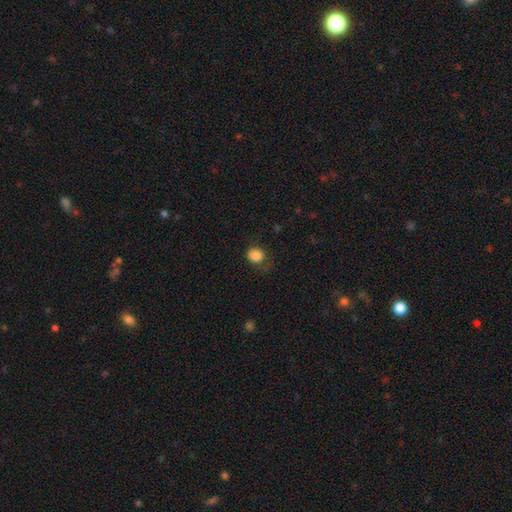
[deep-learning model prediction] This appears to be a smooth galaxy with no disk features (85%) that is round (75%). Merging: none (67%).